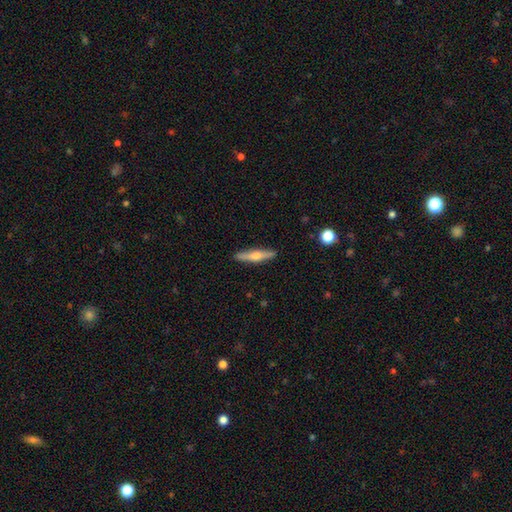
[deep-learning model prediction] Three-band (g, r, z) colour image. It shows a featured or disk galaxy (50%). Merging: none (90%).